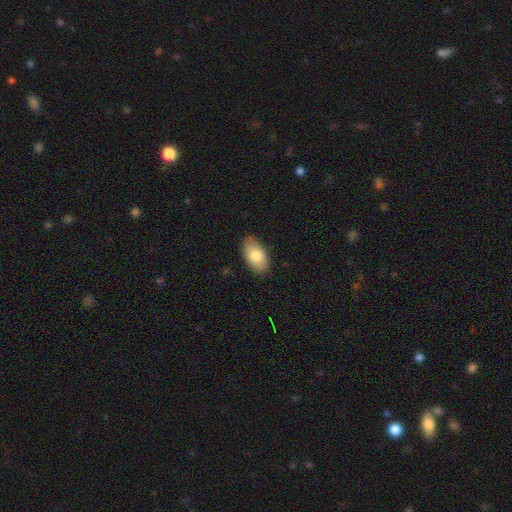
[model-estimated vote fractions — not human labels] Smooth or featured? smooth (78%)
How rounded? in between (94%)
Merging? none (84%)